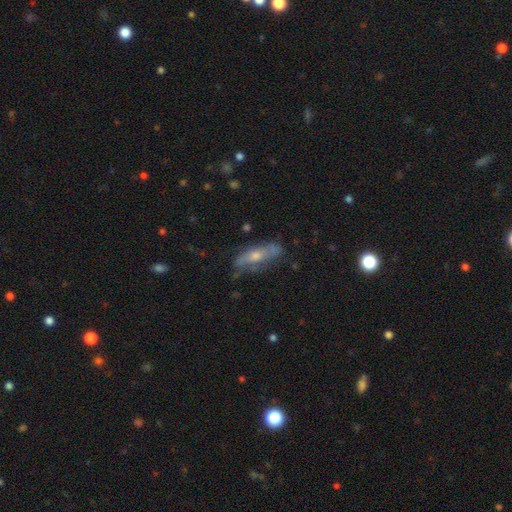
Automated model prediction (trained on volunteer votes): Morphology: type=featured or disk (57%); edge-on=no (61%); merging=none (62%).